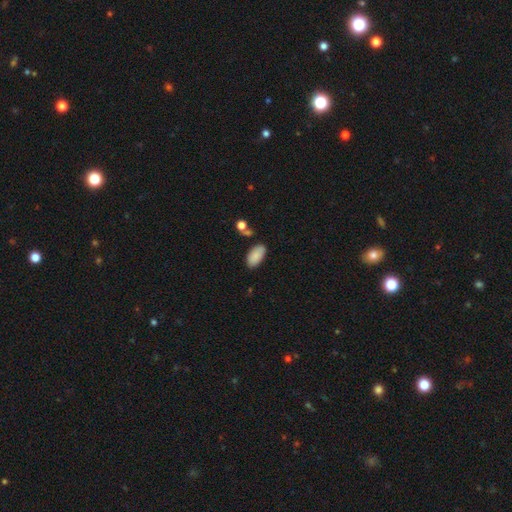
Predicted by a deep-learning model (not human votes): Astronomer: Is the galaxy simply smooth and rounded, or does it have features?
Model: smooth — 86%.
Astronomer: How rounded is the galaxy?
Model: in between — 95%.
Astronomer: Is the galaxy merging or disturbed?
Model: none — 77%.